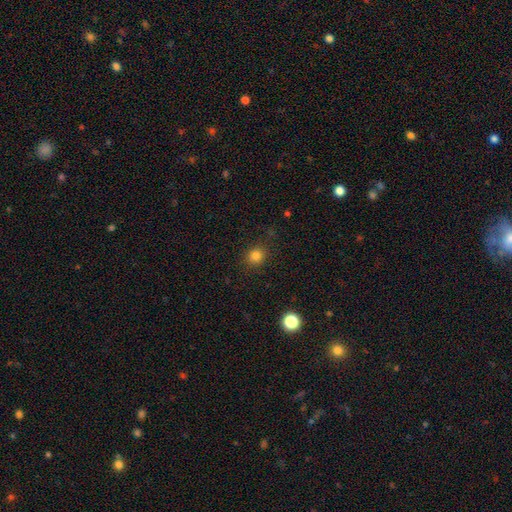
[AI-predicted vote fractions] smooth 82%, star or artifact 13%, featured or disk 5%. Down the decision tree: how rounded — round (82%); merging — none (87%).